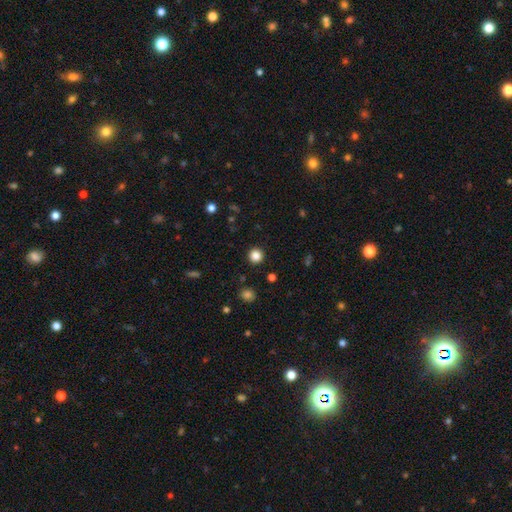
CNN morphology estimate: Overall: smooth (85%). How rounded: round (95%). Merging: none (92%).